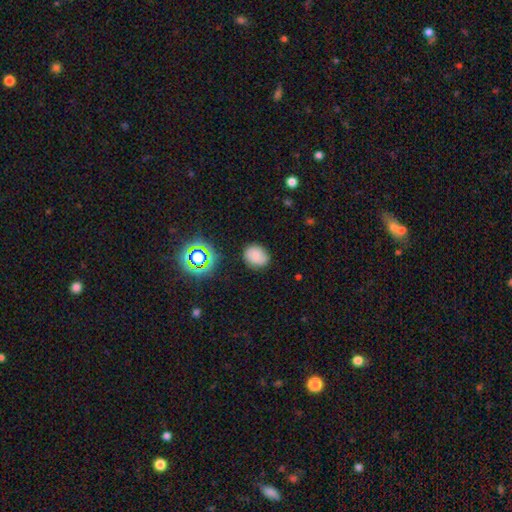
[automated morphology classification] Smooth or featured? Predicted: smooth (p=0.73). How rounded? Predicted: round (p=0.57). Merging? Predicted: none (p=0.80).